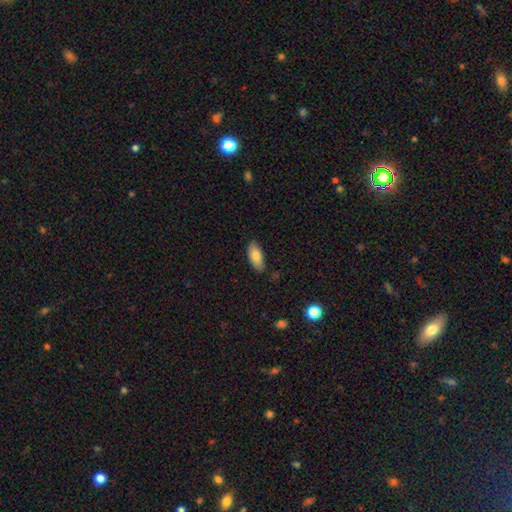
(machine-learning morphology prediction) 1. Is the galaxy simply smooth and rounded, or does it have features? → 81% smooth, 13% featured or disk, 7% star or artifact.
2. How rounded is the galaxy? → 87% in between, 11% cigar-shaped, 2% round.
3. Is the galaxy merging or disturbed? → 85% none, 12% minor disturbance, 2% major disturbance, 1% merger.